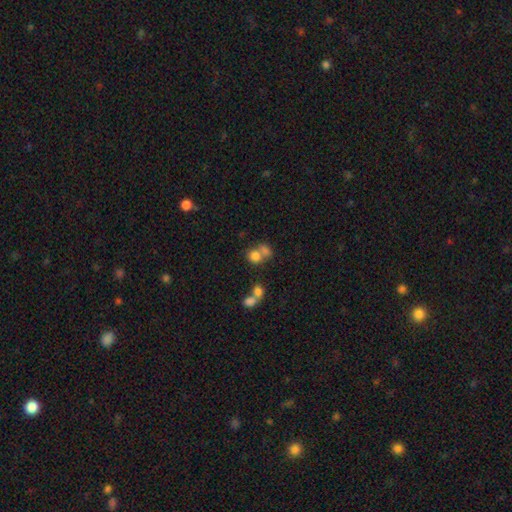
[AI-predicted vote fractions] Smooth or featured: smooth — 75% (star or artifact — 13%)
How rounded: round — 69% (in between — 30%)
Merging: merger — 48% (none — 37%)